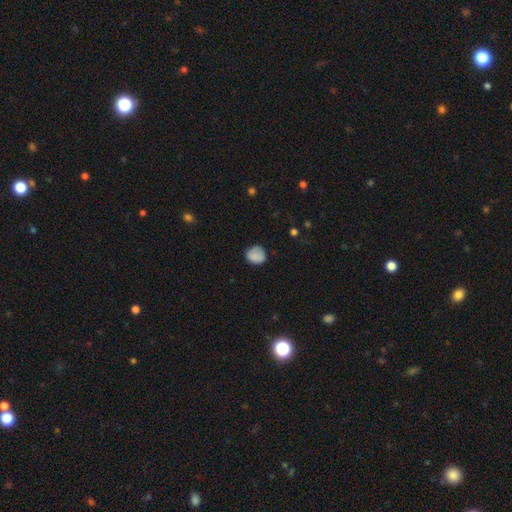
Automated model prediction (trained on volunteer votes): A smooth galaxy with no disk features (84%) that is round (81%).

Vote fractions:
- Smooth or featured? smooth: 84% / star or artifact: 9% / featured or disk: 7%
- How rounded? round: 81% / in between: 18% / cigar-shaped: 1%
- Merging? none: 77% / minor disturbance: 18% / major disturbance: 4% / merger: 1%